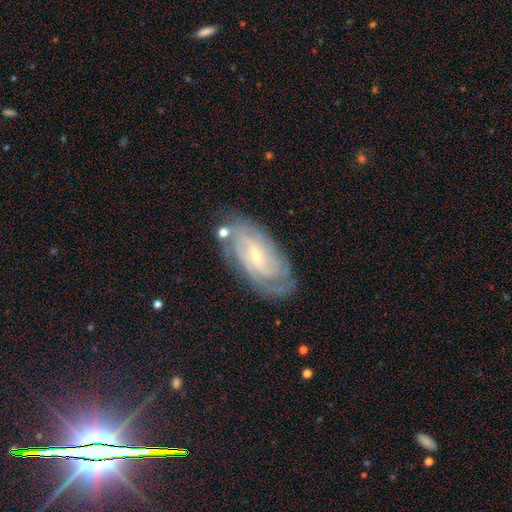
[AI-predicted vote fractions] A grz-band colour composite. It shows a featured or disk galaxy (83%) with a weak bar (45%), tight (63%) spiral arms (96%) and a small central bulge (79%). Merging: none (76%).